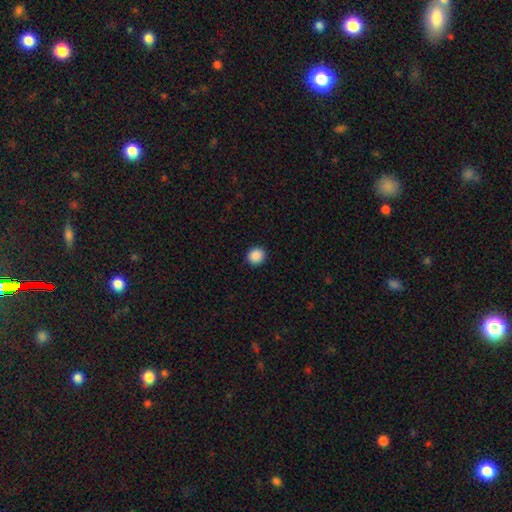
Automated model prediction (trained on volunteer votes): The model was most divided on "how rounded": round: 87%, in between: 12%, cigar-shaped: 1%. More confident: merging — none (92%); smooth or featured — smooth (89%).